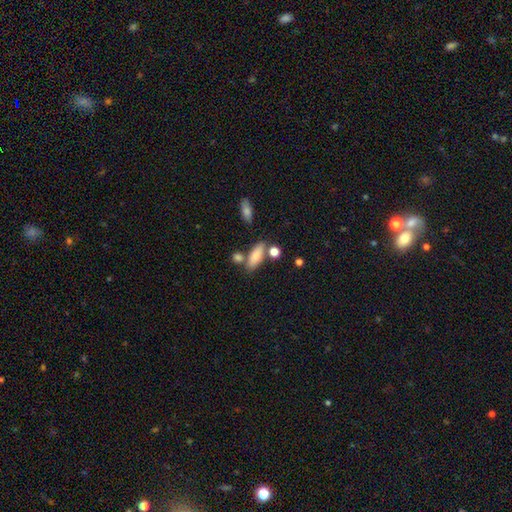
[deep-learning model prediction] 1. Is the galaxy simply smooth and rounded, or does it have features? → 81% smooth, 11% featured or disk, 8% star or artifact.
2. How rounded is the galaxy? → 68% in between, 28% cigar-shaped, 4% round.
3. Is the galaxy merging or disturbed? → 65% none, 16% merger, 14% minor disturbance, 5% major disturbance.